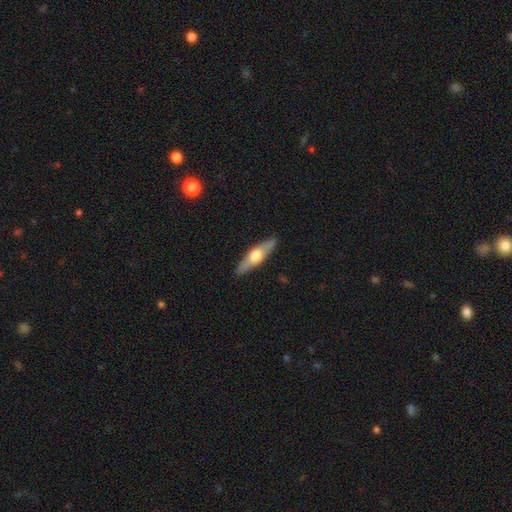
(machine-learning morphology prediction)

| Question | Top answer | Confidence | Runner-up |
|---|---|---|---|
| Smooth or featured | featured or disk | 53% | smooth (42%) |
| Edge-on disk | yes | 89% | no (11%) |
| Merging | none | 88% | minor disturbance (9%) |